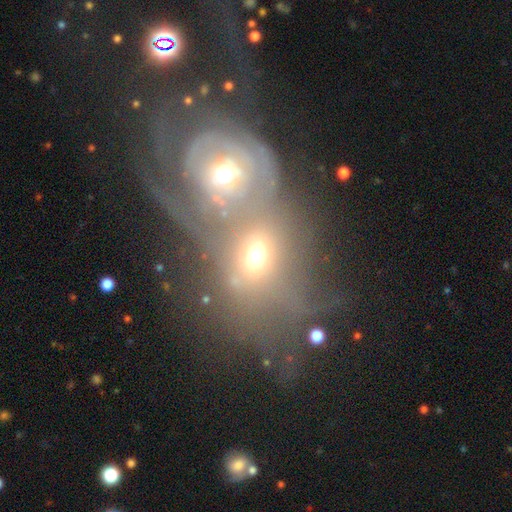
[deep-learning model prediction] This appears to be a featured or disk galaxy (52%). Merging: merger (79%).